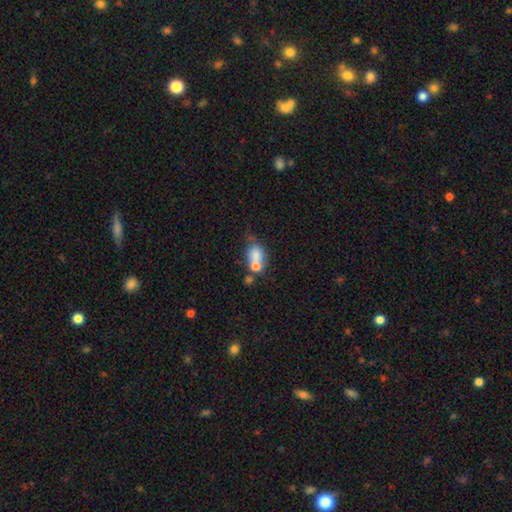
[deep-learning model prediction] A smooth galaxy with no disk features (69%) that is in between round and cigar-shaped (69%).

Vote fractions:
- Smooth or featured? smooth: 69% / featured or disk: 20% / star or artifact: 11%
- How rounded? in between: 69% / round: 29% / cigar-shaped: 2%
- Merging? merger: 53% / none: 25% / minor disturbance: 13% / major disturbance: 9%